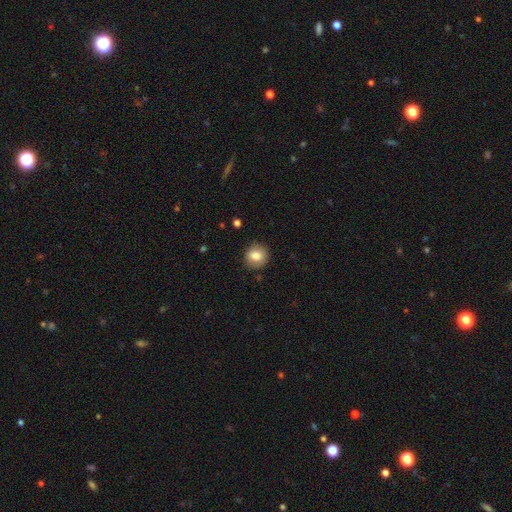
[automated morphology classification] A smooth galaxy with no disk features (82%) that is round (83%).

Vote fractions:
- Smooth or featured? smooth: 82% / featured or disk: 9% / star or artifact: 9%
- How rounded? round: 83% / in between: 16% / cigar-shaped: 1%
- Merging? none: 85% / minor disturbance: 11% / major disturbance: 3% / merger: 1%